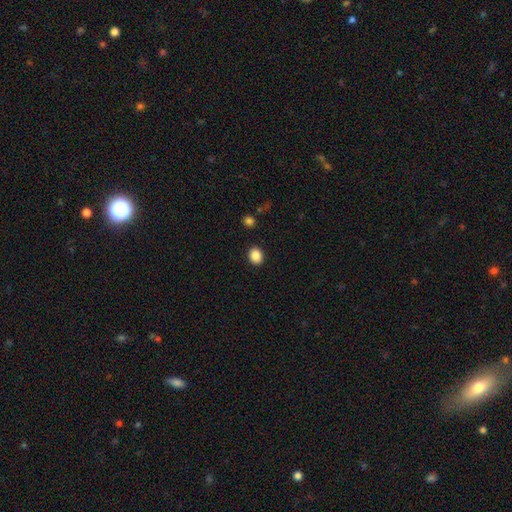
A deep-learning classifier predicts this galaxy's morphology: A smooth galaxy with no disk features (87%) that is round (53%). Merging: none (90%).